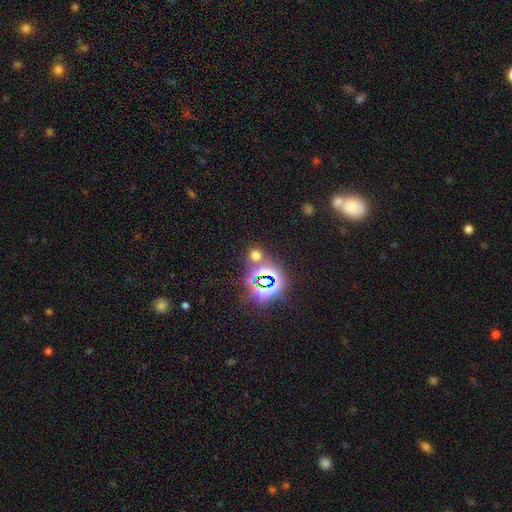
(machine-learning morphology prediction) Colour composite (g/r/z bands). It shows a smooth galaxy with no disk features (47%). Merging: none (72%).